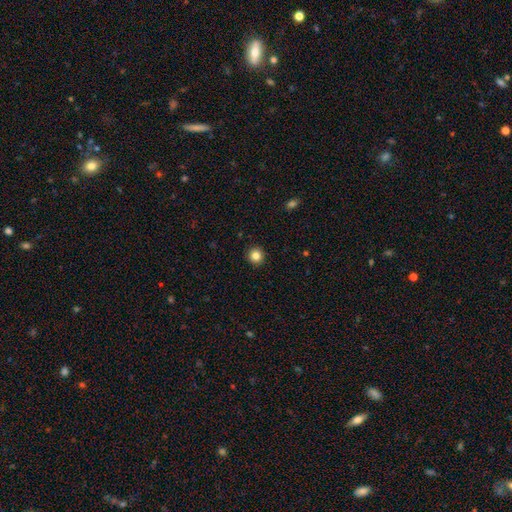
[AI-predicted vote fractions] This is clearly a smooth galaxy (84%). How rounded: clearly round (94%). Merging: clearly none (93%).